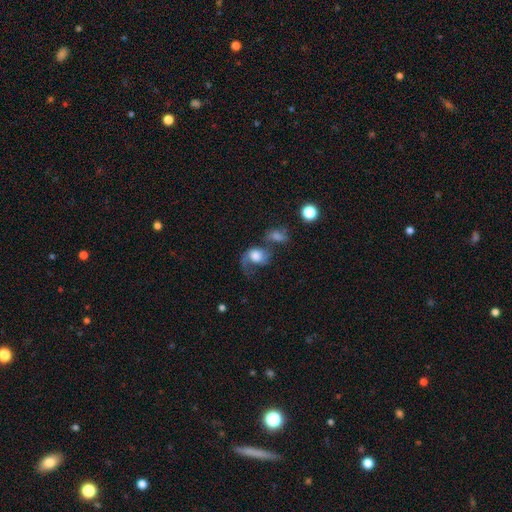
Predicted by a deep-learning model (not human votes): Smooth or featured? smooth (53%)
How rounded? in between (51%)
Merging? major disturbance (39%)